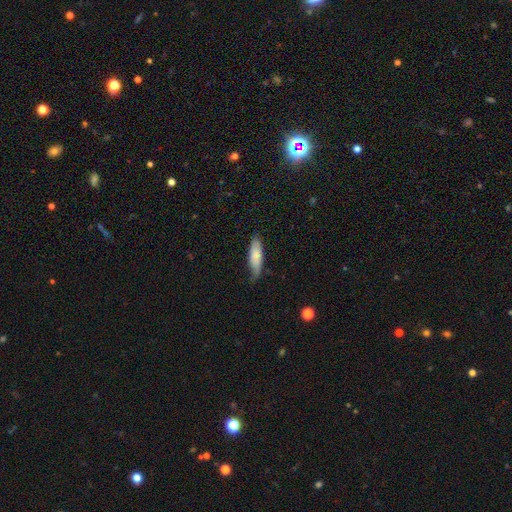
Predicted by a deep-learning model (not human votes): This appears to be a smooth galaxy with no disk features (75%) that is cigar-shaped (50%). Merging: none (58%).